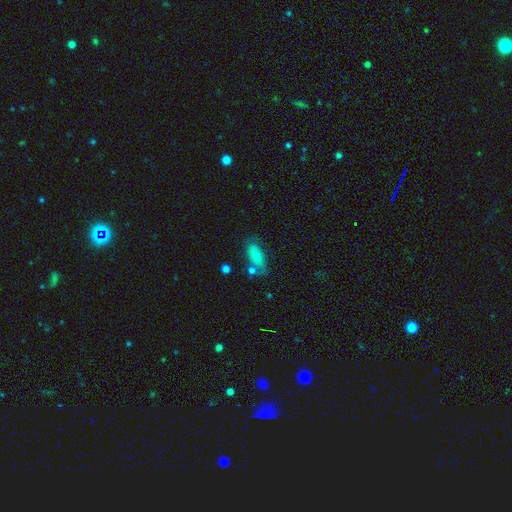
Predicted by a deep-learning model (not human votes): The model was most divided on "merging": none: 60%, minor disturbance: 20%, merger: 13%, major disturbance: 7%. More confident: how rounded — in between (84%); smooth or featured — smooth (68%).